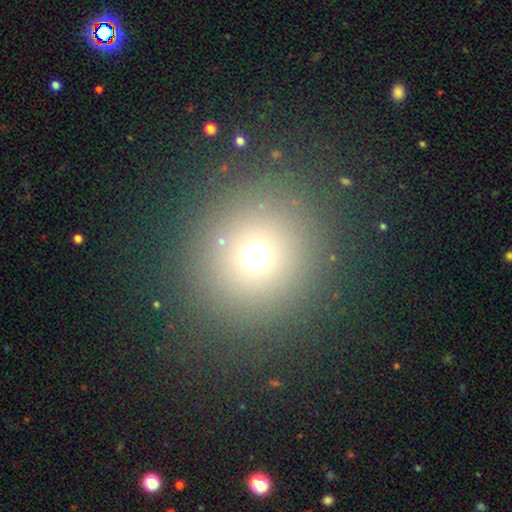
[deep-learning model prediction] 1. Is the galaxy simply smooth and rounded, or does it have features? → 69% smooth, 22% star or artifact, 9% featured or disk.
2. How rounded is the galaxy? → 92% round, 7% in between, 1% cigar-shaped.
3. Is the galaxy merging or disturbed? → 89% none, 6% minor disturbance, 3% major disturbance, 2% merger.